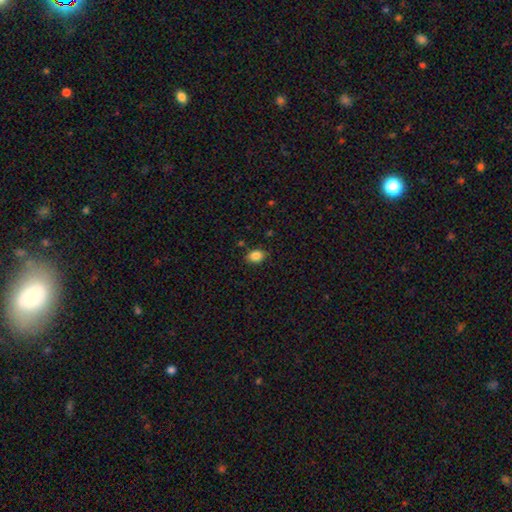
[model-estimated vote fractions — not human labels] smooth 86%, star or artifact 9%, featured or disk 5%. Down the decision tree: how rounded — in between (74%); merging — none (83%).